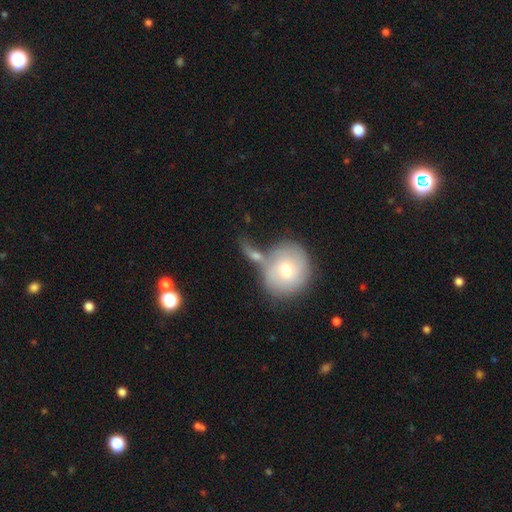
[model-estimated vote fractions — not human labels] smooth_or_featured: smooth (p=0.61) [alt: featured or disk p=0.30]
how_rounded: in between (p=0.46) [alt: round p=0.45]
merging: merger (p=0.39) [alt: none p=0.36]